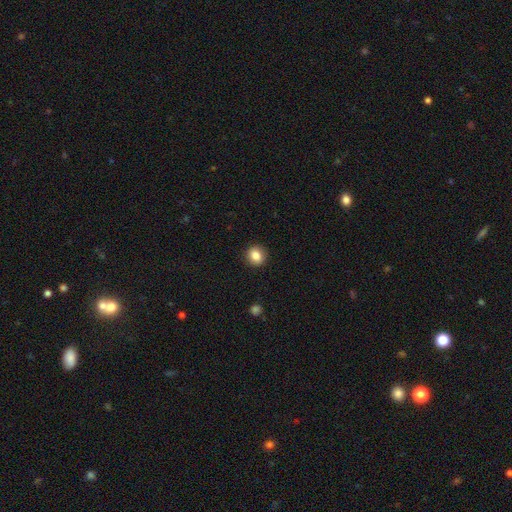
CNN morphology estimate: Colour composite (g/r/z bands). It shows a smooth galaxy with no disk features (85%) that is round (77%). Merging: none (91%).